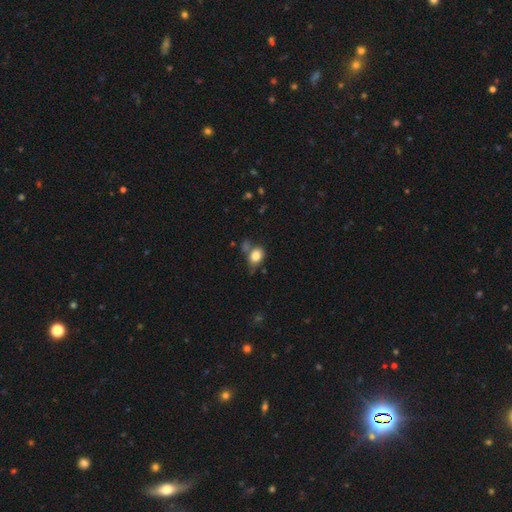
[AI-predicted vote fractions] smooth_or_featured: smooth (p=0.82) [alt: star or artifact p=0.10]
how_rounded: in between (p=0.61) [alt: round p=0.37]
merging: none (p=0.49) [alt: minor disturbance p=0.24]